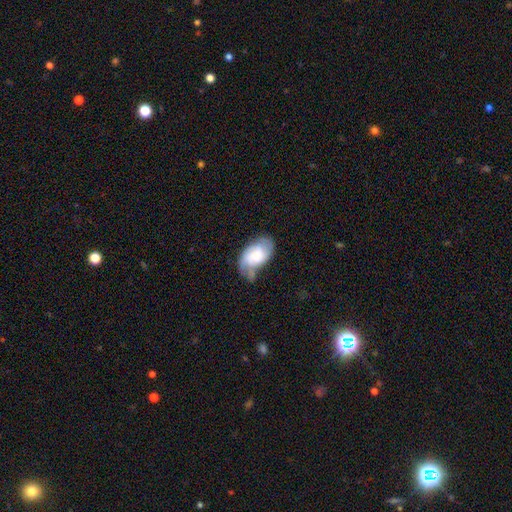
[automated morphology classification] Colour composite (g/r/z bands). It shows a smooth galaxy with no disk features (49%). Merging: none (41%).